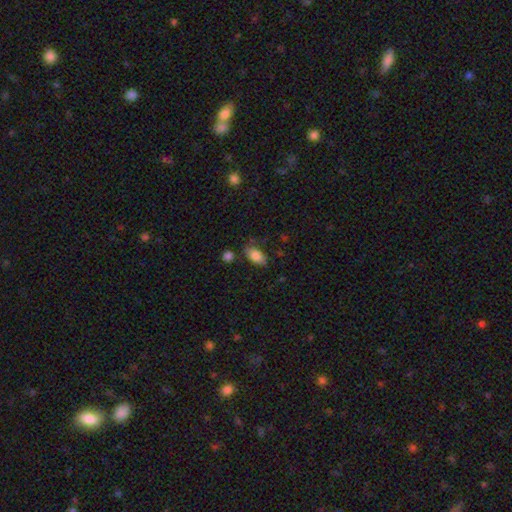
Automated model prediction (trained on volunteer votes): The model was most divided on "merging": none: 74%, minor disturbance: 18%, merger: 4%, major disturbance: 4%. More confident: how rounded — in between (91%); smooth or featured — smooth (83%).